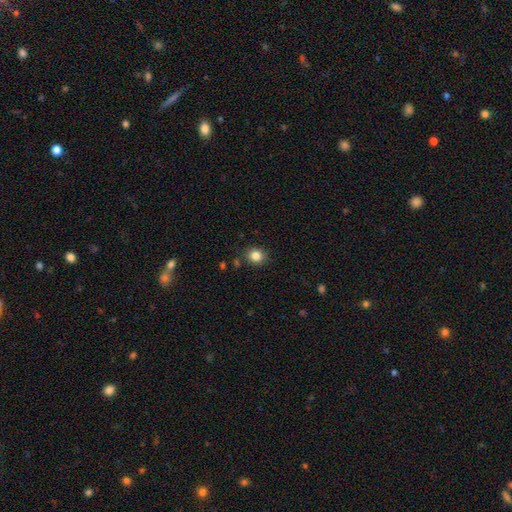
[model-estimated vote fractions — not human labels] This appears to be a smooth galaxy with no disk features (84%) that is round (80%). Merging: none (86%).